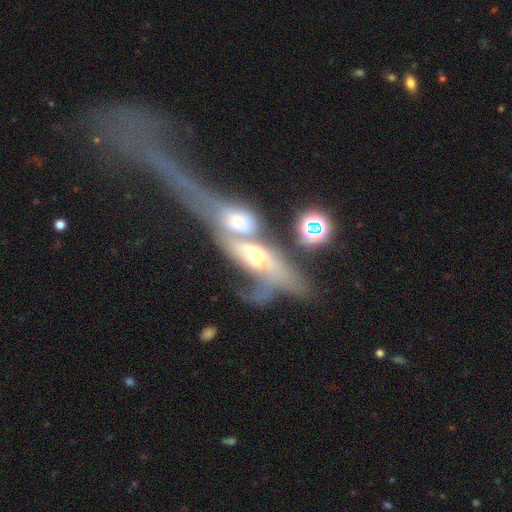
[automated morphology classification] smooth-or-featured: featured or disk: 63% | smooth: 25% | star or artifact: 11%
  disk-edge-on: no: 75% | yes: 25%
  merging: merger: 76% | major disturbance: 13% | none: 6% | minor disturbance: 4%